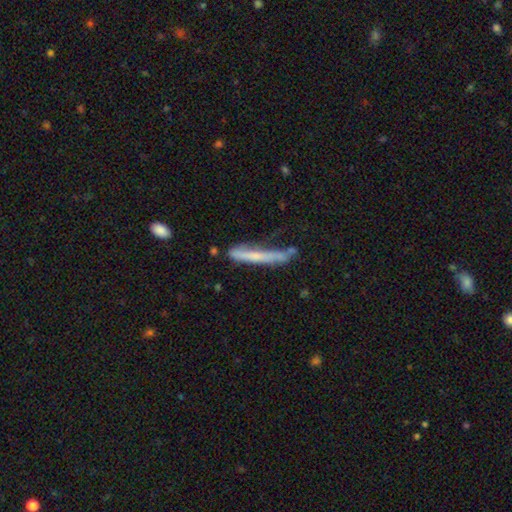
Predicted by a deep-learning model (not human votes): Smooth or featured? Predicted: smooth (p=0.53). How rounded? Predicted: cigar-shaped (p=0.94). Merging? Predicted: none (p=0.51).